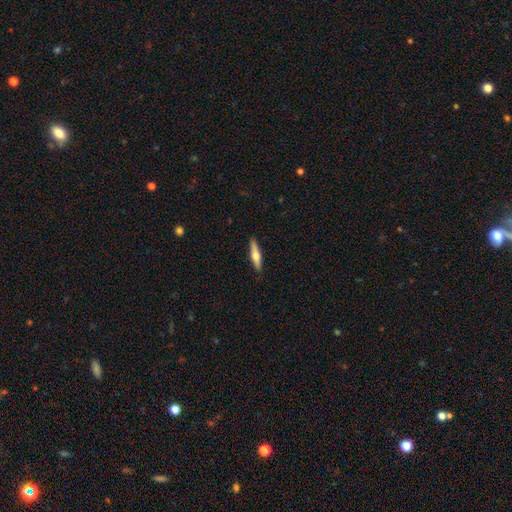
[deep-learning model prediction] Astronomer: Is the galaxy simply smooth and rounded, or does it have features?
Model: featured or disk — 48% (runner-up: smooth, 46%).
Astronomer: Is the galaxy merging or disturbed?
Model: none — 90%.